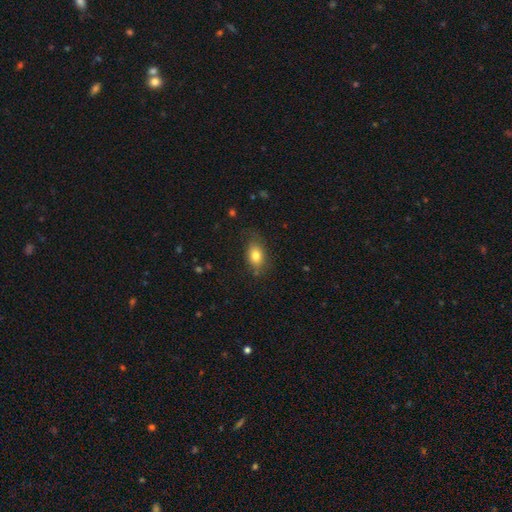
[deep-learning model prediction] smooth 80%, featured or disk 11%, star or artifact 9%. Down the decision tree: how rounded — in between (80%); merging — none (72%).